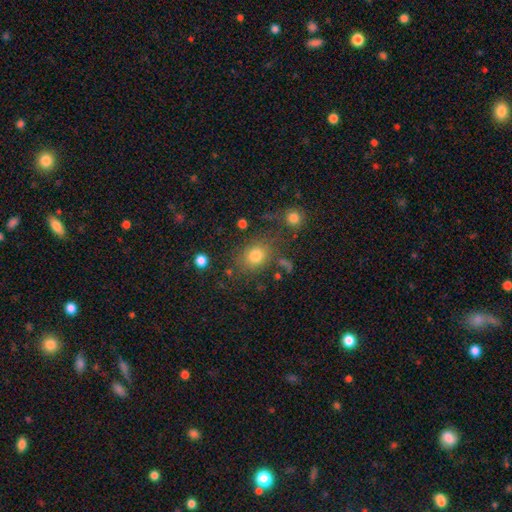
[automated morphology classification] A smooth galaxy with no disk features (77%) that is round (51%). Merging: none (71%).